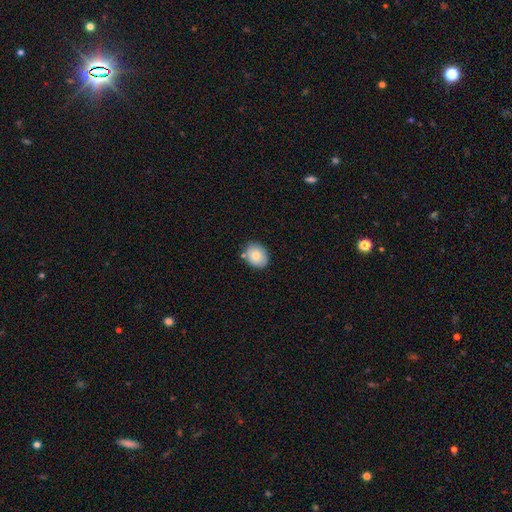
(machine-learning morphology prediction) A smooth galaxy with no disk features (78%) that is in between round and cigar-shaped (53%).

Vote fractions:
- Smooth or featured? smooth: 78% / featured or disk: 14% / star or artifact: 8%
- How rounded? in between: 53% / round: 46% / cigar-shaped: 1%
- Merging? none: 77% / minor disturbance: 14% / merger: 6% / major disturbance: 3%